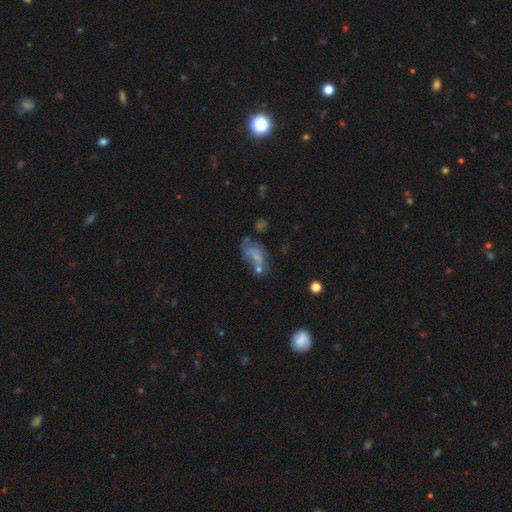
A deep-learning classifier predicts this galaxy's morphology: smooth 46%, featured or disk 37%, star or artifact 16%. Down the decision tree: merging — none (32%).